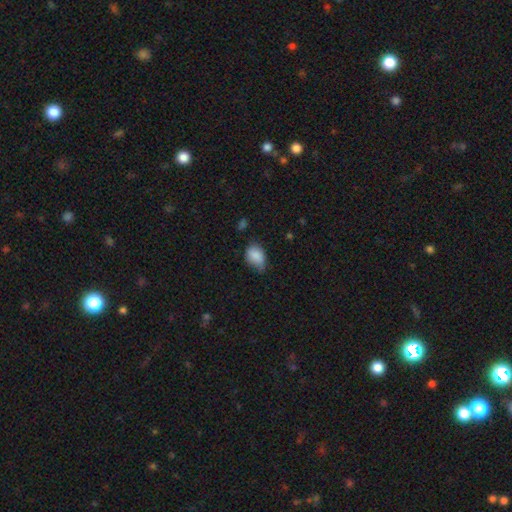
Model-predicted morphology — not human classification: Smooth or featured?
  - smooth: 85% *
  - star or artifact: 8%
  - featured or disk: 7%
How rounded?
  - in between: 77% *
  - round: 22%
  - cigar-shaped: 1%
Merging?
  - none: 49% *
  - minor disturbance: 40%
  - major disturbance: 8%
  - merger: 2%